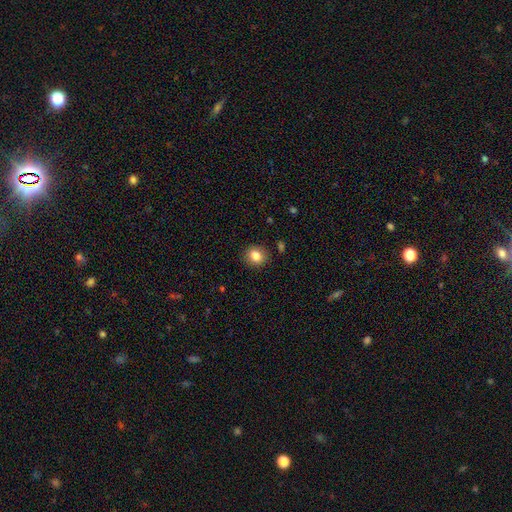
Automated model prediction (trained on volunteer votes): This is clearly a smooth galaxy (84%). How rounded: likely round (72%). Merging: clearly none (88%).